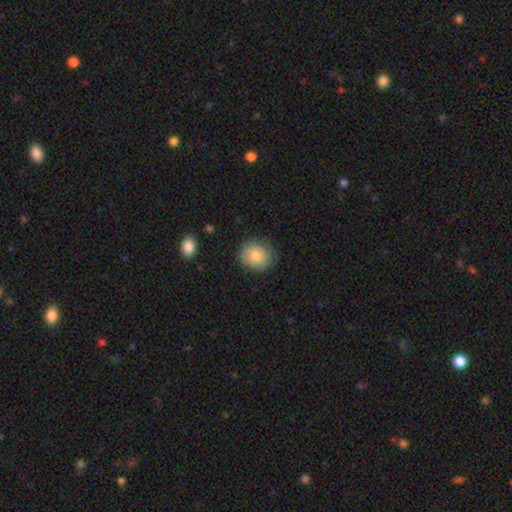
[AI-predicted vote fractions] smooth-or-featured: smooth: 80% | featured or disk: 12% | star or artifact: 7%
  how-rounded: round: 71% | in between: 29% | cigar-shaped: 1%
  merging: none: 79% | minor disturbance: 16% | major disturbance: 4% | merger: 1%